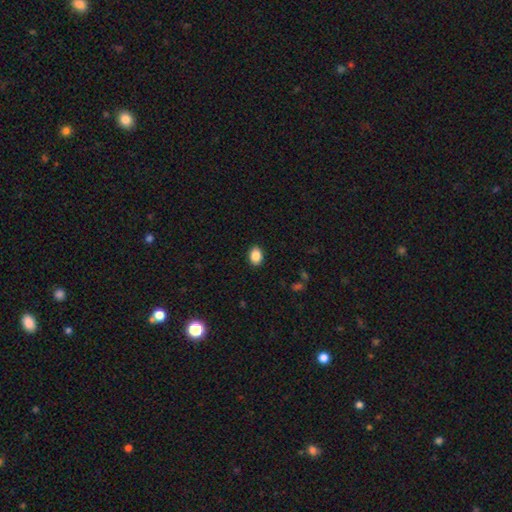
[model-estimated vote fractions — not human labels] Smooth or featured? Predicted: smooth (p=0.88). How rounded? Predicted: in between (p=0.73). Merging? Predicted: none (p=0.90).